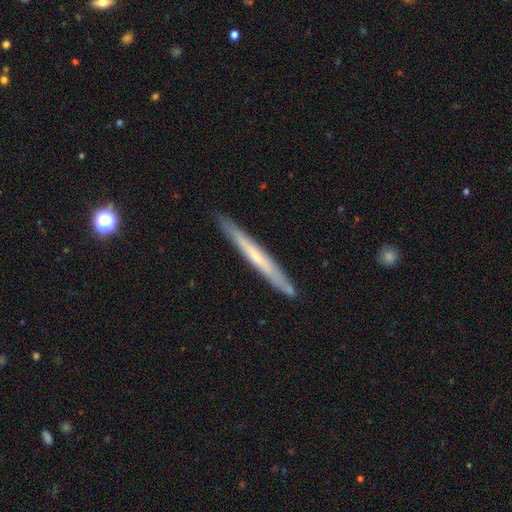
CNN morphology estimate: Q: Smooth or featured?
A: featured or disk (53%); runner-up: smooth (41%)
Q: Edge-on disk?
A: yes (94%); runner-up: no (6%)
Q: Merging?
A: none (88%); runner-up: minor disturbance (9%)